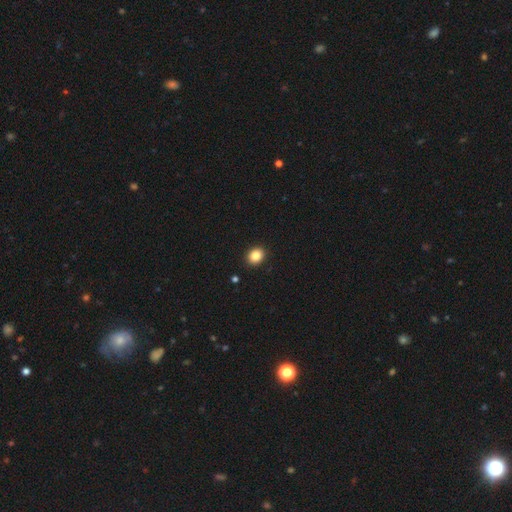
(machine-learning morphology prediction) A smooth galaxy with no disk features (86%) that is round (56%).

Vote fractions:
- Smooth or featured? smooth: 86% / star or artifact: 9% / featured or disk: 5%
- How rounded? round: 56% / in between: 43% / cigar-shaped: 1%
- Merging? none: 92% / minor disturbance: 6% / major disturbance: 2% / merger: 1%